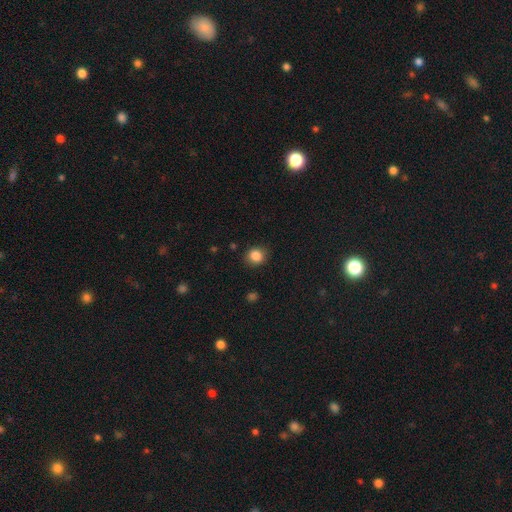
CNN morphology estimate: Smooth or featured?
  - smooth: 85% *
  - star or artifact: 11%
  - featured or disk: 4%
How rounded?
  - round: 79% *
  - in between: 20%
  - cigar-shaped: 1%
Merging?
  - none: 87% *
  - minor disturbance: 10%
  - major disturbance: 3%
  - merger: 1%